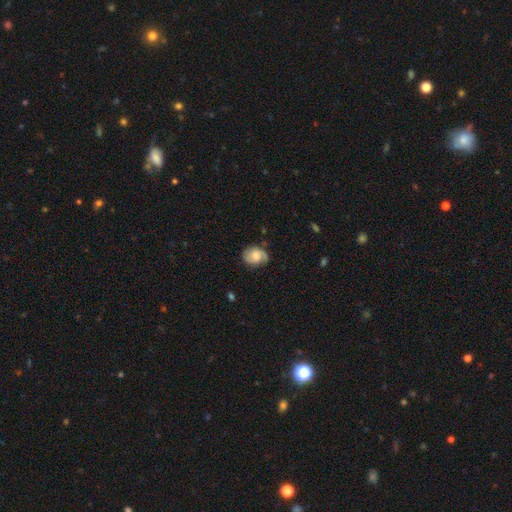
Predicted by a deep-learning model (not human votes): smooth_or_featured: featured or disk (p=0.49) [alt: smooth p=0.43]
merging: none (p=0.68) [alt: minor disturbance p=0.23]